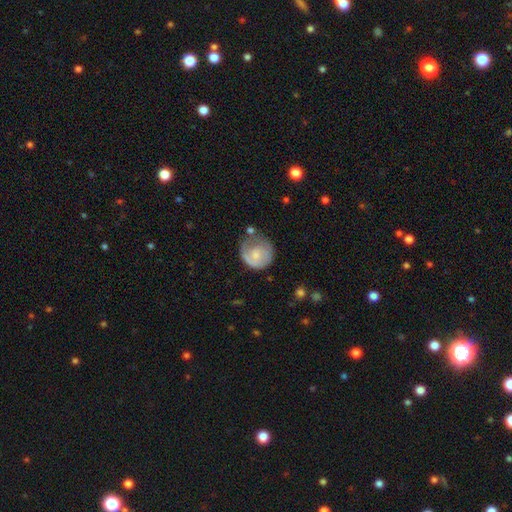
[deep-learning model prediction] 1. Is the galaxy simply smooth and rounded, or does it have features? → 48% smooth, 46% featured or disk, 6% star or artifact.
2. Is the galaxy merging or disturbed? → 47% none, 27% minor disturbance, 20% major disturbance, 5% merger.